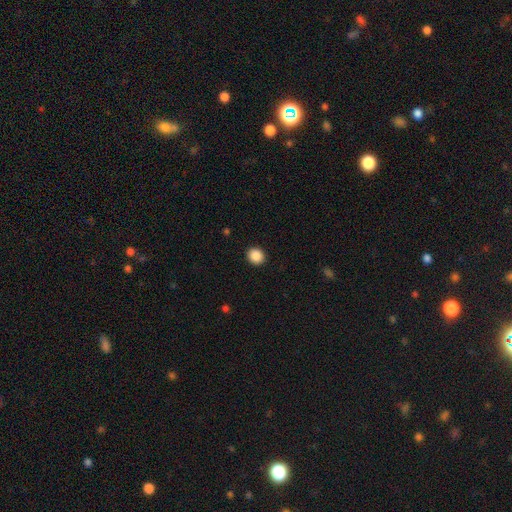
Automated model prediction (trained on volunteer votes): Smooth or featured? smooth (88%)
How rounded? round (74%)
Merging? none (92%)